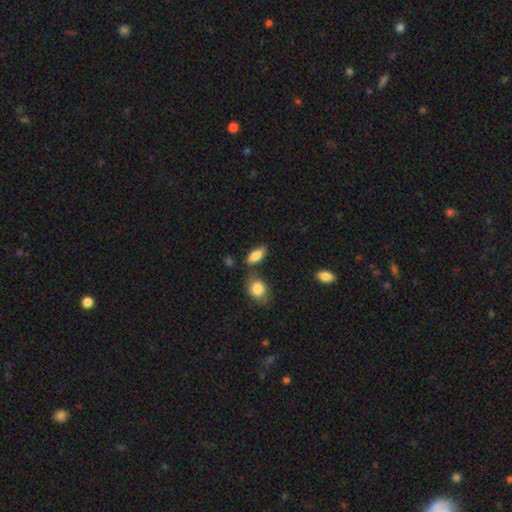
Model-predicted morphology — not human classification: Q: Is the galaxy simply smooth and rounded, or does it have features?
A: smooth — 81%.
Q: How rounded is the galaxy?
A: in between — 83%.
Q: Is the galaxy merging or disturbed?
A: none — 67%.